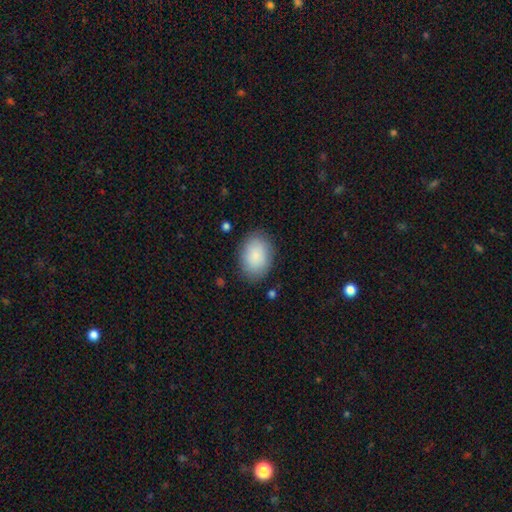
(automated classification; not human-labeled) A smooth galaxy with no disk features (87%) that is in between round and cigar-shaped (79%).

Vote fractions:
- Smooth or featured? smooth: 87% / star or artifact: 6% / featured or disk: 6%
- How rounded? in between: 79% / round: 20% / cigar-shaped: 1%
- Merging? none: 84% / minor disturbance: 11% / major disturbance: 3% / merger: 1%